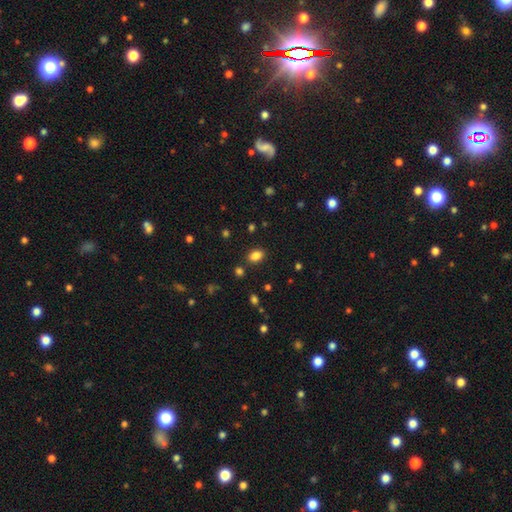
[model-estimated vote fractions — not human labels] Smooth or featured?
  - smooth: 84% *
  - star or artifact: 11%
  - featured or disk: 5%
How rounded?
  - in between: 80% *
  - round: 18%
  - cigar-shaped: 1%
Merging?
  - none: 84% *
  - minor disturbance: 10%
  - merger: 4%
  - major disturbance: 3%